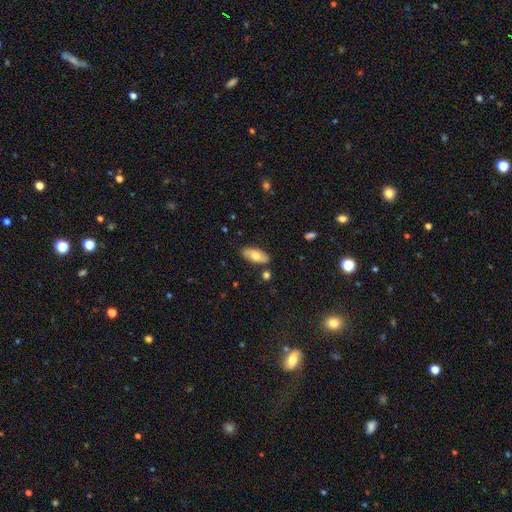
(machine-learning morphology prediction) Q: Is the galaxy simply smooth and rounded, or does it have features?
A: smooth — 63%.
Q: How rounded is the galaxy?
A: in between — 88%.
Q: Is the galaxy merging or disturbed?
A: none — 83%.